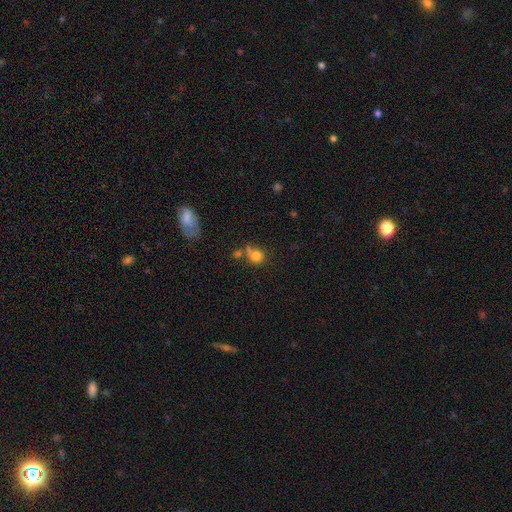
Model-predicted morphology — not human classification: smooth-or-featured: smooth: 80% | star or artifact: 12% | featured or disk: 9%
  how-rounded: round: 83% | in between: 16% | cigar-shaped: 1%
  merging: none: 49% | merger: 29% | minor disturbance: 15% | major disturbance: 8%